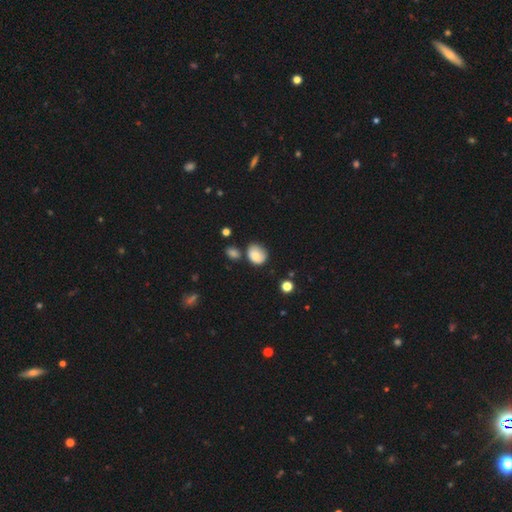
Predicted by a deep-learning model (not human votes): Smooth or featured? smooth (79%)
How rounded? round (54%)
Merging? none (54%)